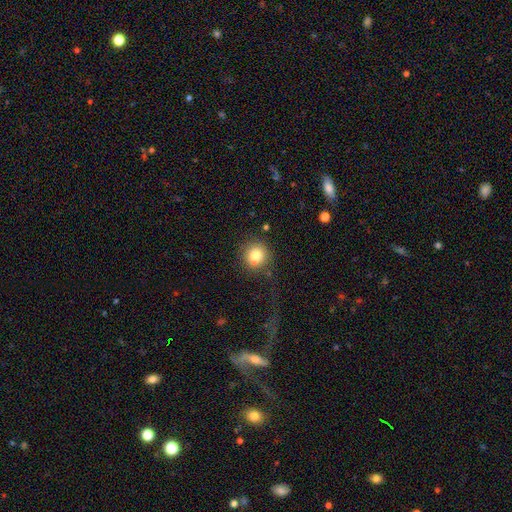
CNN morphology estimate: The model was most divided on "merging": none: 71%, minor disturbance: 14%, major disturbance: 8%, merger: 6%. More confident: how rounded — round (90%); smooth or featured — smooth (81%).